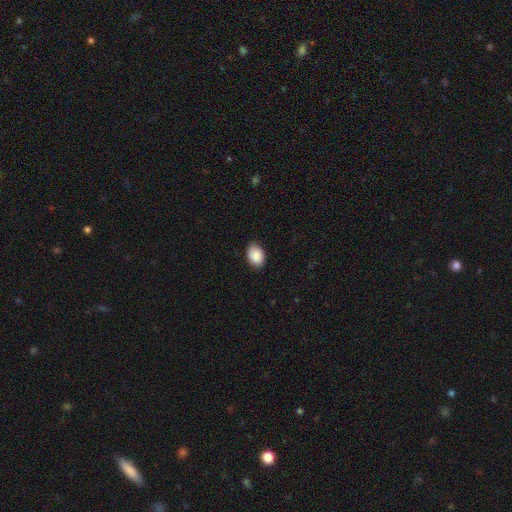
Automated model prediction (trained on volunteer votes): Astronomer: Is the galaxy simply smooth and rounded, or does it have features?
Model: smooth — 89%.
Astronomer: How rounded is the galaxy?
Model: in between — 81%.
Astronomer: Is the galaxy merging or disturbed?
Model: none — 84%.